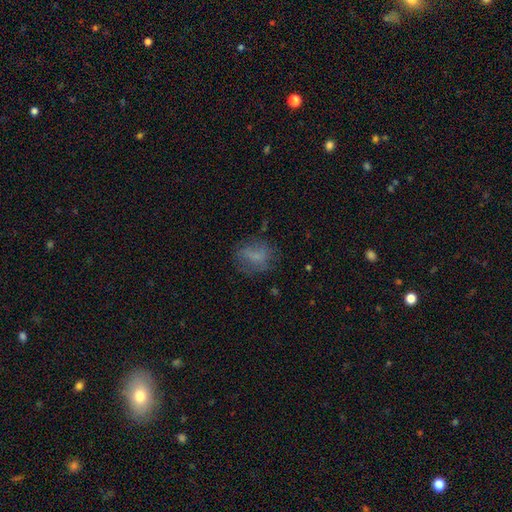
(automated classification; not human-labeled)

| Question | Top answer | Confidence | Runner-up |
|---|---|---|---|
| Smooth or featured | smooth | 58% | featured or disk (28%) |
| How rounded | round | 53% | in between (45%) |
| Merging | none | 61% | minor disturbance (21%) |